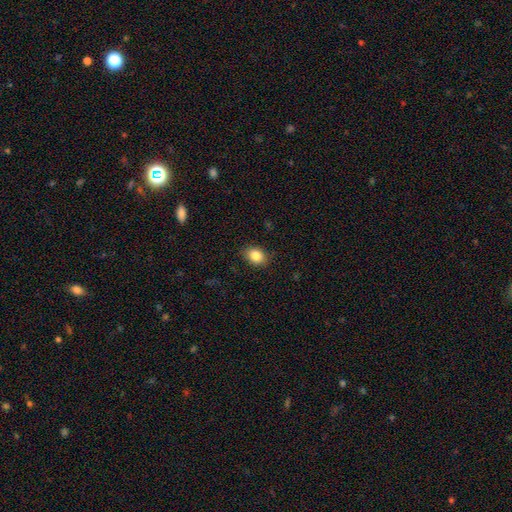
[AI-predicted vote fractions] smooth_or_featured: smooth (p=0.85) [alt: star or artifact p=0.09]
how_rounded: in between (p=0.66) [alt: round p=0.33]
merging: none (p=0.85) [alt: minor disturbance p=0.11]